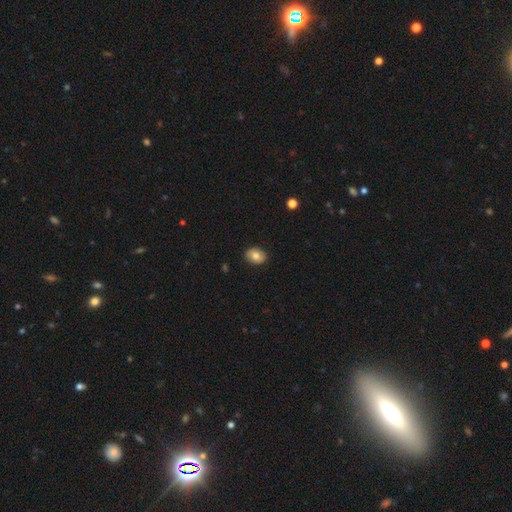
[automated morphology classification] smooth-or-featured: smooth: 77% | featured or disk: 15% | star or artifact: 8%
  how-rounded: in between: 64% | round: 35% | cigar-shaped: 1%
  merging: none: 88% | minor disturbance: 9% | major disturbance: 2% | merger: 1%